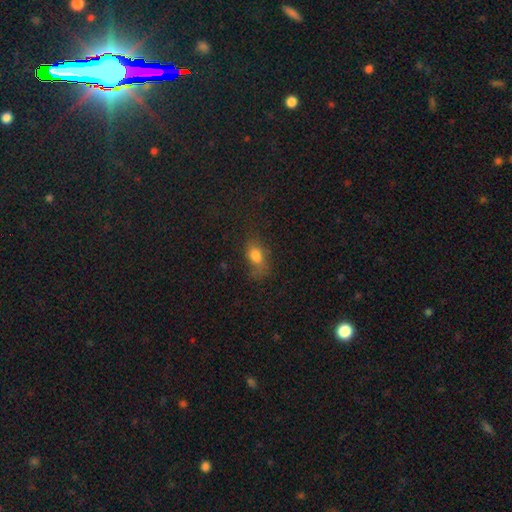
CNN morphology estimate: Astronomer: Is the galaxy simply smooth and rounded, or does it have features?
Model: smooth — 76%.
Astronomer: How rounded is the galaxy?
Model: in between — 78%.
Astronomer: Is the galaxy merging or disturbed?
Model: none — 51% (runner-up: minor disturbance, 28%).